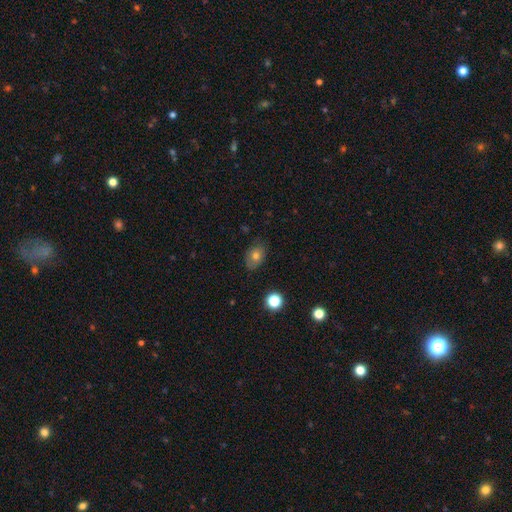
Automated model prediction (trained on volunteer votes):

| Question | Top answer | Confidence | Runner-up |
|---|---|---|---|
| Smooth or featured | smooth | 75% | featured or disk (14%) |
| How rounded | in between | 77% | round (22%) |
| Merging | none | 77% | minor disturbance (18%) |